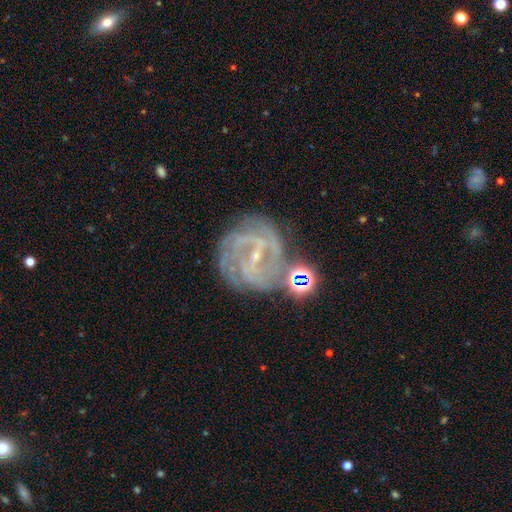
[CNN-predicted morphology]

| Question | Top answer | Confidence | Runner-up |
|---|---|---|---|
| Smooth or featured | featured or disk | 83% | star or artifact (10%) |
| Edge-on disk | no | 97% | yes (3%) |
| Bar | weak | 45% | strong (33%) |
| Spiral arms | yes | 94% | no (6%) |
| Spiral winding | tight | 57% | medium (34%) |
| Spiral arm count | can't tell | 26% | 2 (24%) |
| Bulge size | small | 80% | moderate (12%) |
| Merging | none | 61% | minor disturbance (18%) |